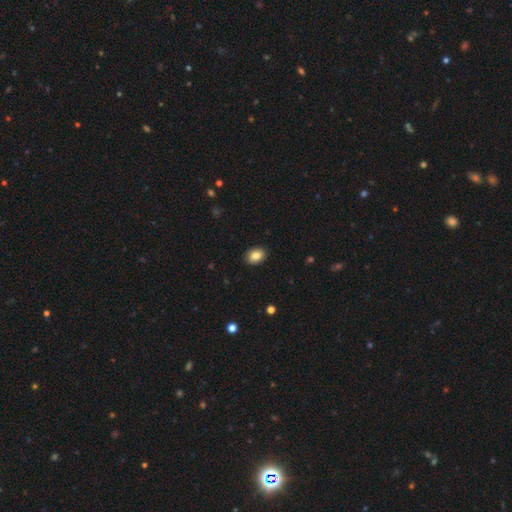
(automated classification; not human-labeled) Overall: smooth (85%). How rounded: in between (73%). Merging: none (90%).